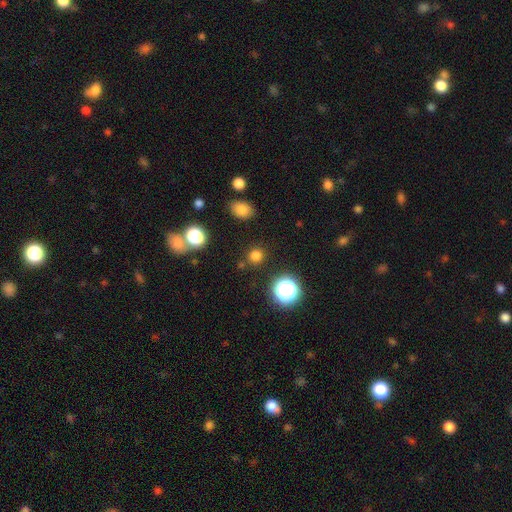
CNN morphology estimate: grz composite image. It shows a smooth galaxy with no disk features (75%) that is round (91%). Merging: none (88%).